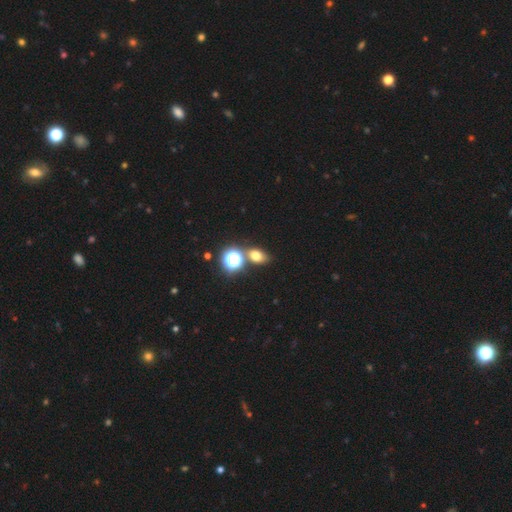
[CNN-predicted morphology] The model was most divided on "how rounded": in between: 68%, round: 30%, cigar-shaped: 2%. More confident: merging — none (71%); smooth or featured — smooth (65%).